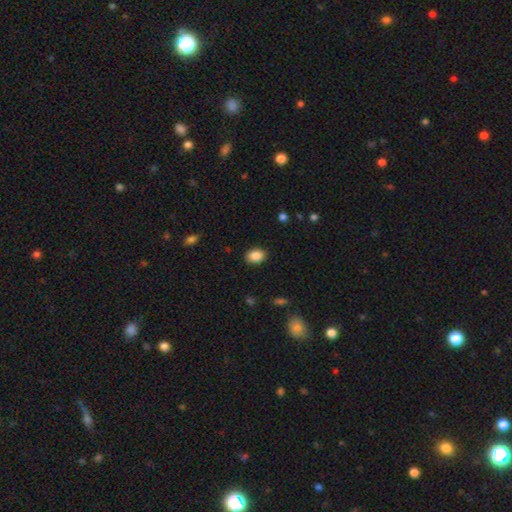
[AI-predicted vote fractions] smooth 87%, star or artifact 8%, featured or disk 5%. Down the decision tree: how rounded — in between (72%); merging — none (89%).